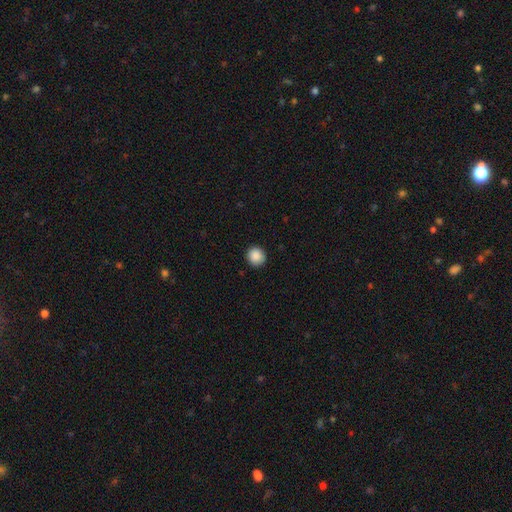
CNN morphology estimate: Overall: smooth (89%). How rounded: round (90%). Merging: none (91%).